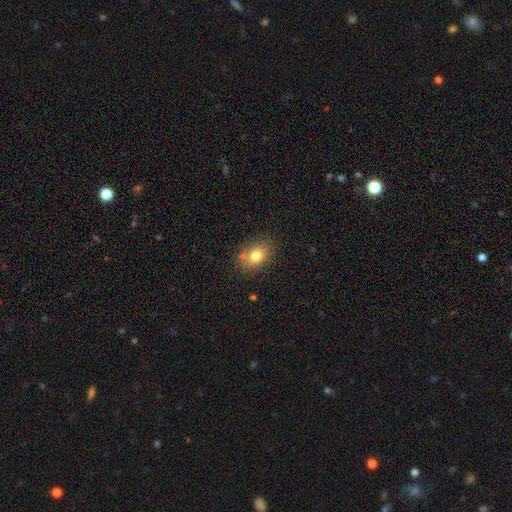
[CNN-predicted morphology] Overall: smooth (78%). How rounded: in between (72%). Merging: none (75%).